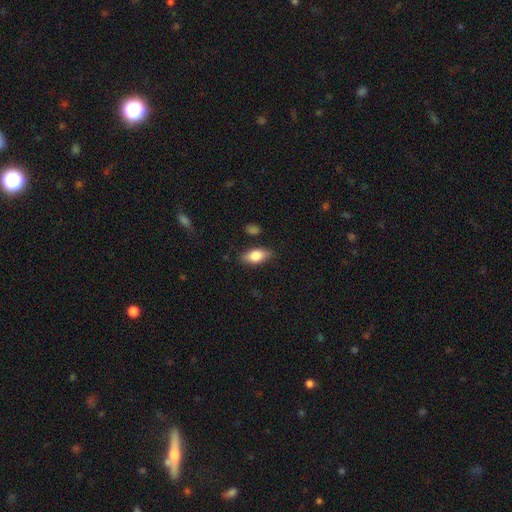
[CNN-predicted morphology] This appears to be a smooth galaxy with no disk features (80%) that is in between round and cigar-shaped (86%). Merging: none (82%).